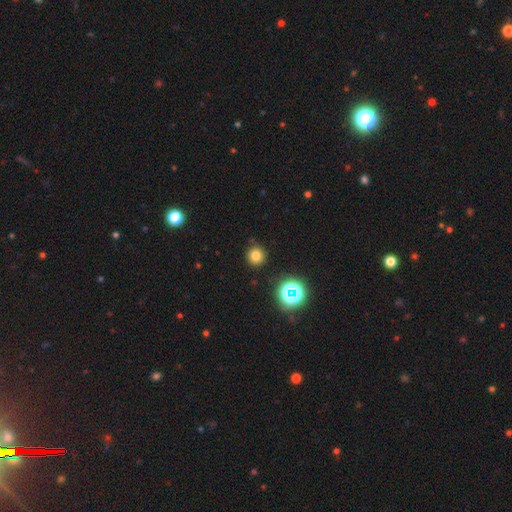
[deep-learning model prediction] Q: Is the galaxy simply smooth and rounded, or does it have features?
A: smooth — 74%.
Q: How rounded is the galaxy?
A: round — 93%.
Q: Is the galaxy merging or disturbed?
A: none — 88%.